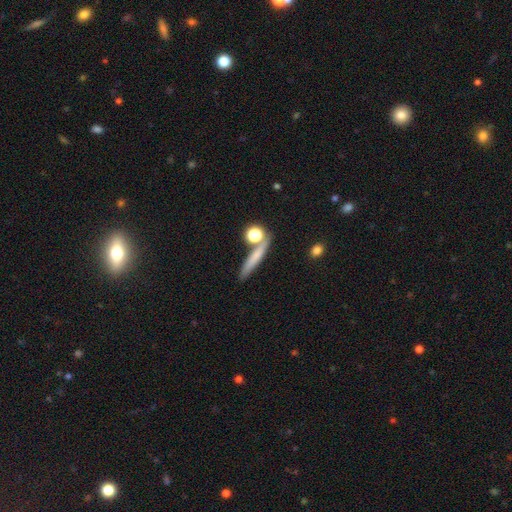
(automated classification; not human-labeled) Smooth or featured: smooth — 68% (featured or disk — 22%)
How rounded: cigar-shaped — 74% (round — 13%)
Merging: none — 69% (merger — 14%)